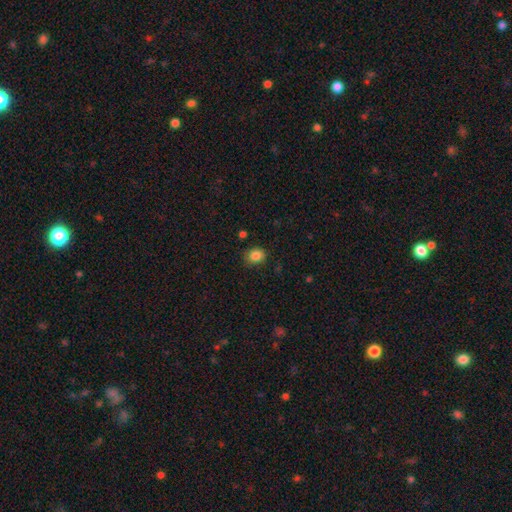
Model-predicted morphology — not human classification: smooth_or_featured: smooth (p=0.85) [alt: star or artifact p=0.10]
how_rounded: round (p=0.64) [alt: in between p=0.35]
merging: none (p=0.80) [alt: minor disturbance p=0.15]